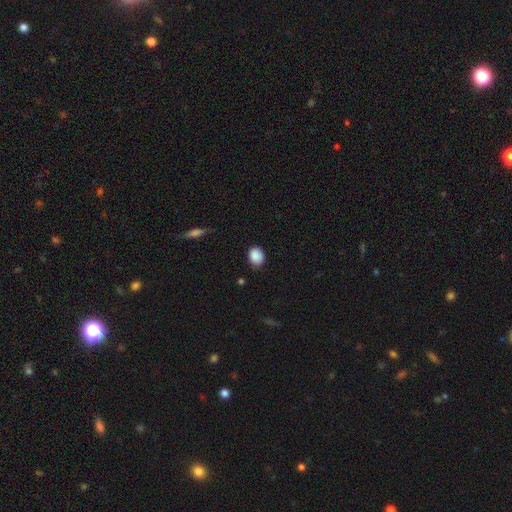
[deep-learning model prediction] Q: Smooth or featured?
A: smooth (88%); runner-up: star or artifact (8%)
Q: How rounded?
A: round (52%); runner-up: in between (47%)
Q: Merging?
A: none (78%); runner-up: minor disturbance (17%)